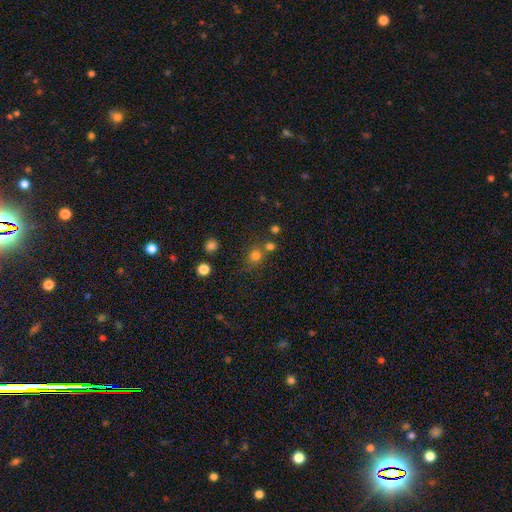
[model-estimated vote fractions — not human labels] A smooth galaxy with no disk features (74%) that is round (81%). Merging: none (64%).